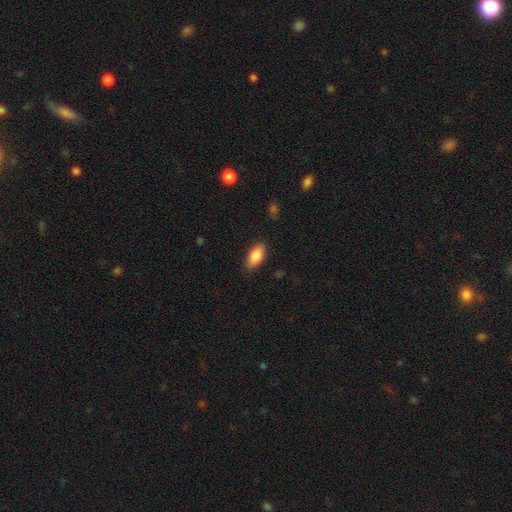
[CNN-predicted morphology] A smooth galaxy with no disk features (86%) that is in between round and cigar-shaped (91%).

Vote fractions:
- Smooth or featured? smooth: 86% / featured or disk: 8% / star or artifact: 7%
- How rounded? in between: 91% / cigar-shaped: 6% / round: 3%
- Merging? none: 86% / minor disturbance: 10% / major disturbance: 3% / merger: 1%